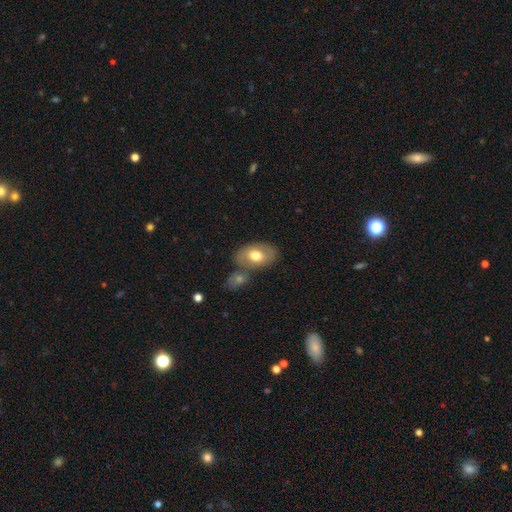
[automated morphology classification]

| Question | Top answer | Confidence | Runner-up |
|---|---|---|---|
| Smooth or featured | smooth | 68% | featured or disk (26%) |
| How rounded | in between | 87% | round (12%) |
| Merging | none | 57% | merger (25%) |